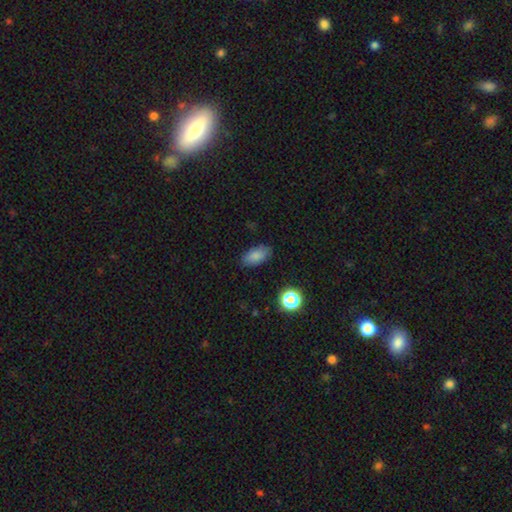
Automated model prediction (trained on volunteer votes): A smooth galaxy with no disk features (83%) that is in between round and cigar-shaped (90%). Merging: none (84%).